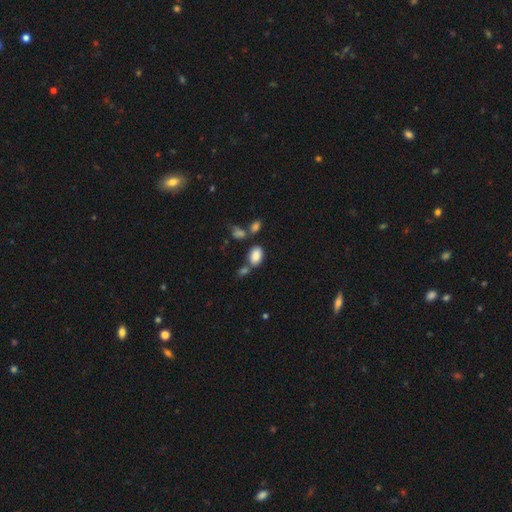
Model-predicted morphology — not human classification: A smooth galaxy with no disk features (85%) that is in between round and cigar-shaped (88%).

Vote fractions:
- Smooth or featured? smooth: 85% / star or artifact: 9% / featured or disk: 6%
- How rounded? in between: 88% / round: 11% / cigar-shaped: 1%
- Merging? none: 53% / merger: 27% / minor disturbance: 15% / major disturbance: 6%